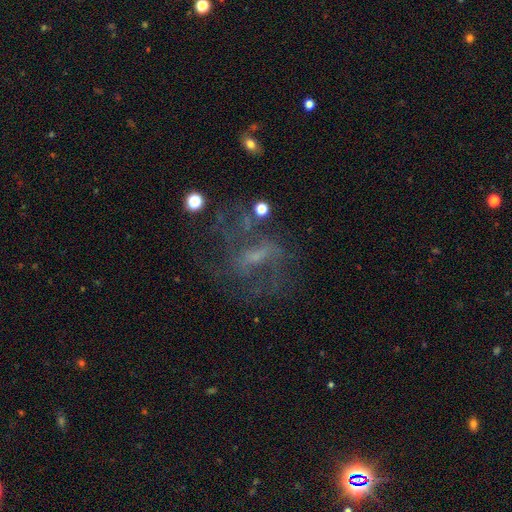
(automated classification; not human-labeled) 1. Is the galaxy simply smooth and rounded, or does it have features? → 63% featured or disk, 19% smooth, 18% star or artifact.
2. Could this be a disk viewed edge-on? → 94% no, 6% yes.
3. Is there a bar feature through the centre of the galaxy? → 45% weak, 35% no, 20% strong.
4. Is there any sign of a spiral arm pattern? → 56% yes, 44% no.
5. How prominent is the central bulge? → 47% small, 28% none, 21% moderate, 2% large, 1% dominant.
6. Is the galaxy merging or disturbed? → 51% none, 27% major disturbance, 17% minor disturbance, 5% merger.